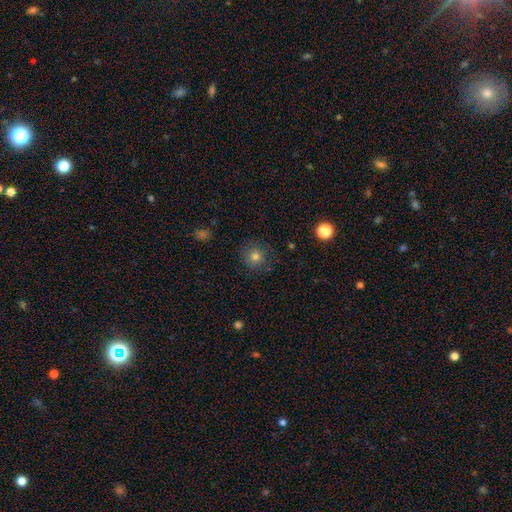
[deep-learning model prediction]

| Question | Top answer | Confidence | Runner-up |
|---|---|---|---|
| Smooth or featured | smooth | 74% | star or artifact (17%) |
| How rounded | round | 94% | in between (5%) |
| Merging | none | 87% | minor disturbance (9%) |